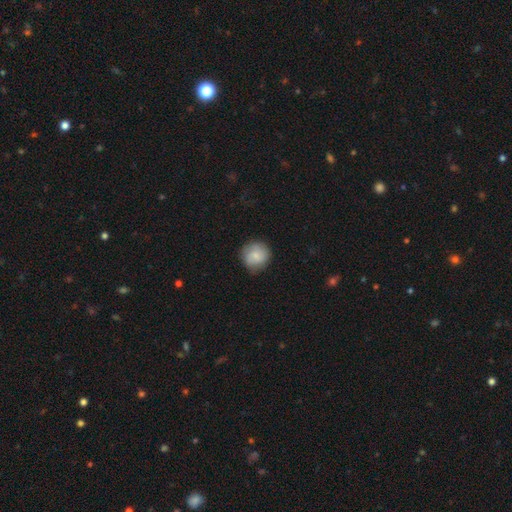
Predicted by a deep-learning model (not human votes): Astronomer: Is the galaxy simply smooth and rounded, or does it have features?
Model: smooth — 78%.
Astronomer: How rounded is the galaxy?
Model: round — 91%.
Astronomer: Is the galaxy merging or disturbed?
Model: none — 81%.